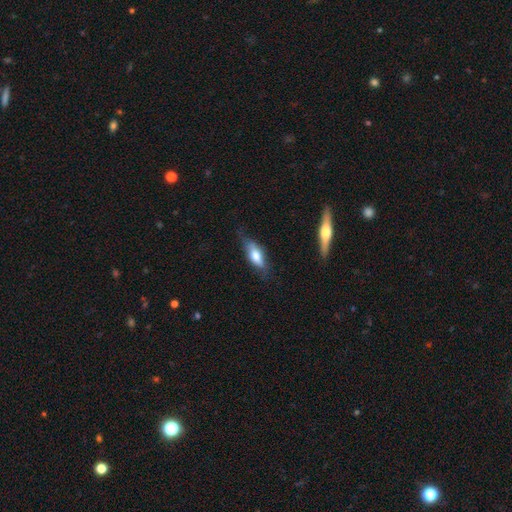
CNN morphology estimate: Smooth or featured? smooth (62%)
How rounded? in between (67%)
Merging? none (61%)